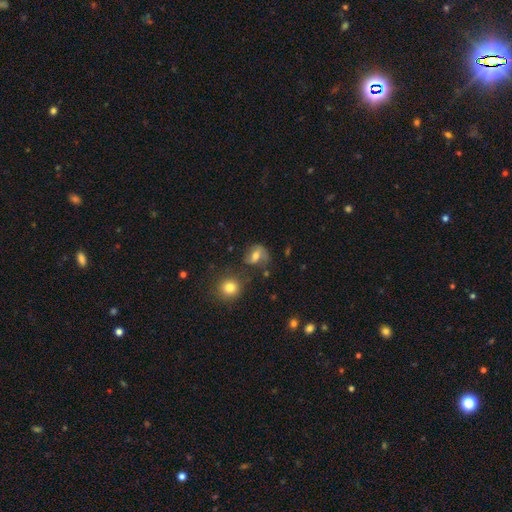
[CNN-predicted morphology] smooth_or_featured: smooth (p=0.54) [alt: featured or disk p=0.33]
how_rounded: in between (p=0.56) [alt: round p=0.42]
merging: none (p=0.53) [alt: minor disturbance p=0.24]